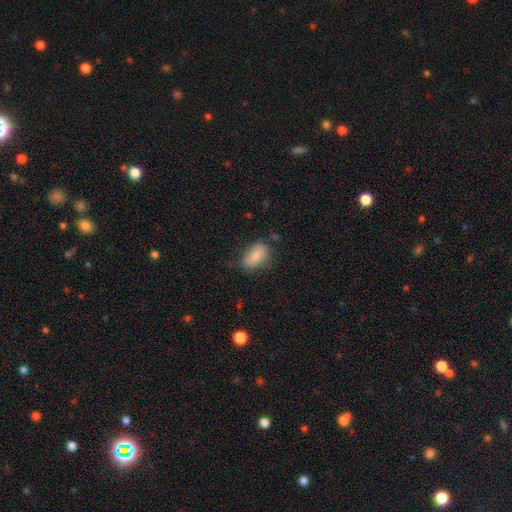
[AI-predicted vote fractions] A smooth galaxy with no disk features (78%) that is in between round and cigar-shaped (89%). Merging: none (66%).